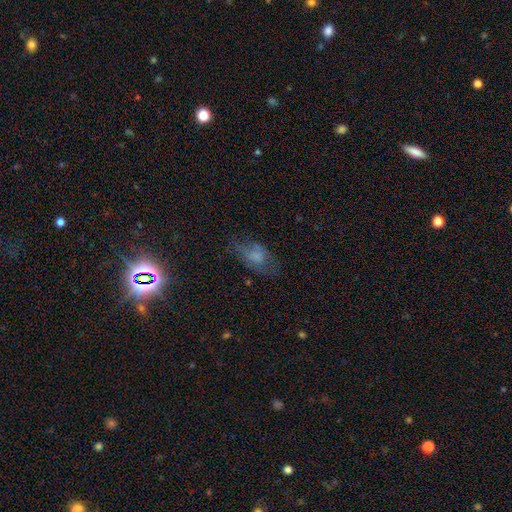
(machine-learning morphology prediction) smooth-or-featured: smooth: 58% | featured or disk: 28% | star or artifact: 15%
  how-rounded: in between: 86% | round: 8% | cigar-shaped: 6%
  merging: none: 52% | minor disturbance: 26% | major disturbance: 19% | merger: 2%